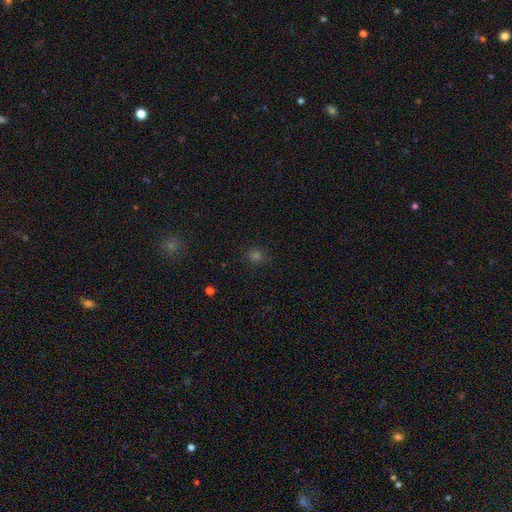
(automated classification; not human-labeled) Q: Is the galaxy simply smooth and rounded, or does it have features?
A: smooth — 67%.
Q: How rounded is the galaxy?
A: round — 86%.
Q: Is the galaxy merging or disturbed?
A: none — 88%.